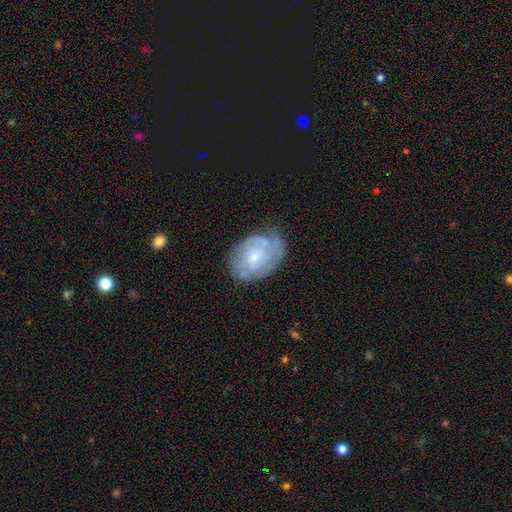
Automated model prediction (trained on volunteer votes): A featured or disk galaxy (70%) with no bar (72%), tight (61%) spiral arms (82%) and a small central bulge (67%).

Vote fractions:
- Smooth or featured? featured or disk: 70% / smooth: 24% / star or artifact: 7%
- Edge-on disk? no: 97% / yes: 3%
- Bar? no: 72% / weak: 24% / strong: 3%
- Spiral arms? yes: 82% / no: 18%
- Spiral winding? tight: 61% / medium: 28% / loose: 10%
- Spiral arm count? can't tell: 49% / 2: 24% / 3: 12% / 1: 7% / 4: 5% / more than 4: 4%
- Bulge size? small: 67% / moderate: 28% / none: 3% / large: 2% / dominant: 1%
- Merging? none: 63% / minor disturbance: 25% / major disturbance: 10% / merger: 3%